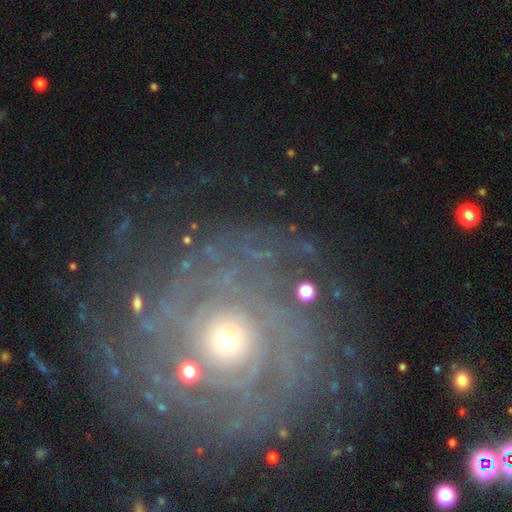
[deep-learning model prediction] The model was most divided on "bulge size": moderate: 56%, small: 35%, large: 6%, dominant: 1%, none: 1%. Remaining: edge-on disk — no (97%); spiral arms — yes (91%); bar — no (84%); smooth or featured — featured or disk (83%); spiral winding — tight (78%); merging — none (77%); spiral arm count — can't tell (37%).